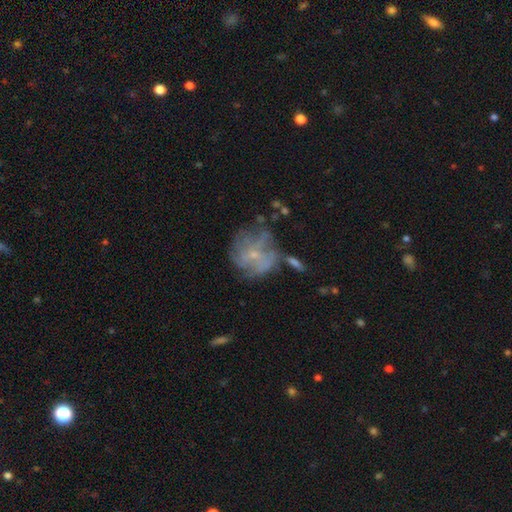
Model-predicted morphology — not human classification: Overall: featured or disk (63%; smooth 25%). Edge-on disk: no (97%). Bar: no (74%). Spiral arms: yes (59%; no 41%). Bulge size: small (76%). Merging: none (50%; minor disturbance 21%).